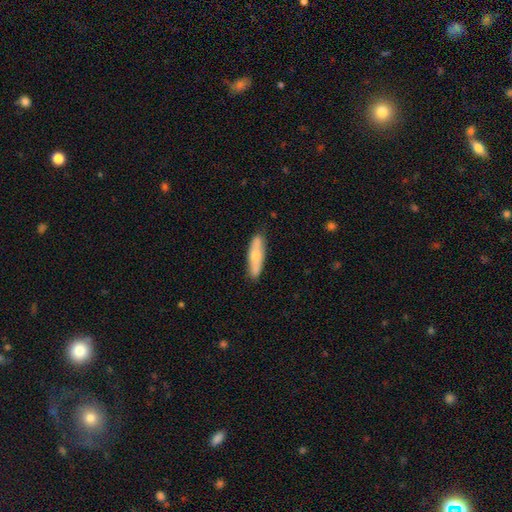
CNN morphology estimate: This is likely a smooth galaxy (62%). How rounded: likely cigar-shaped (64%). Merging: clearly none (84%).